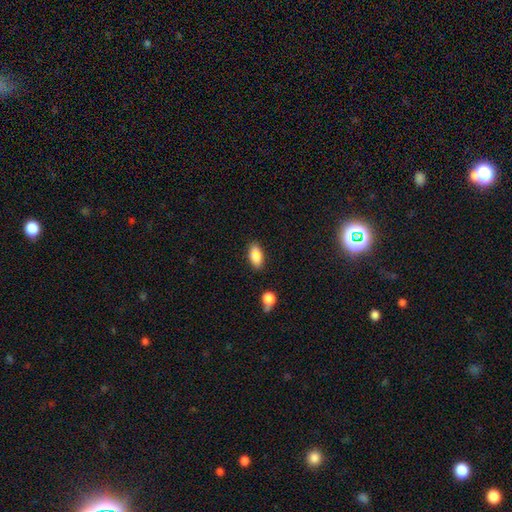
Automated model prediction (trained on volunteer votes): smooth 86%, star or artifact 7%, featured or disk 7%. Down the decision tree: how rounded — in between (89%); merging — none (85%).